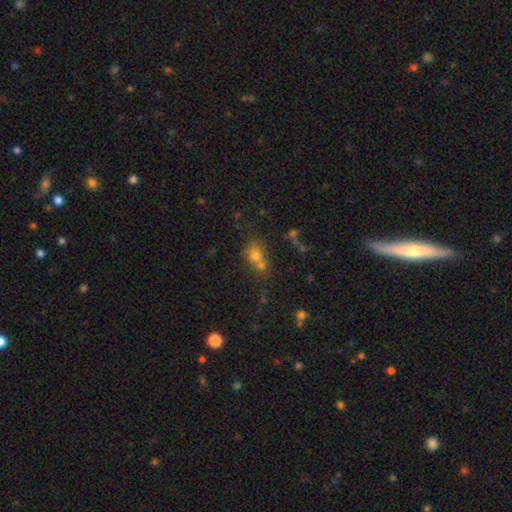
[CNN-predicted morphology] smooth-or-featured: smooth: 65% | star or artifact: 19% | featured or disk: 15%
  how-rounded: round: 63% | in between: 35% | cigar-shaped: 2%
  merging: merger: 52% | none: 33% | minor disturbance: 9% | major disturbance: 6%